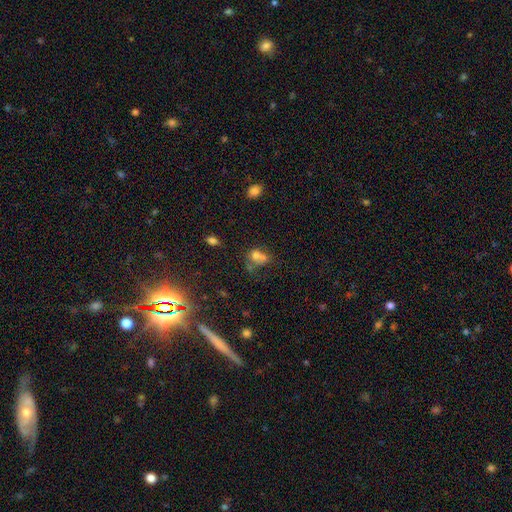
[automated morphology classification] The model was most divided on "how rounded": round: 53%, in between: 46%, cigar-shaped: 2%. More confident: smooth or featured — smooth (64%); merging — merger (50%).